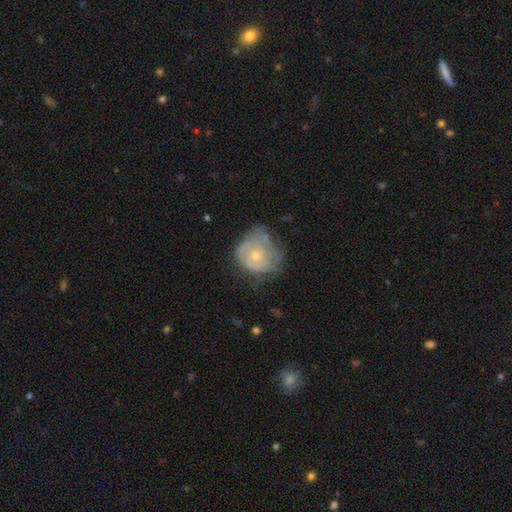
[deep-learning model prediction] Overall: featured or disk (62%; smooth 31%). Edge-on disk: no (98%). Bar: no (83%). Spiral arms: yes (67%; no 33%). Bulge size: small (56%; moderate 38%). Merging: none (44%; minor disturbance 31%).